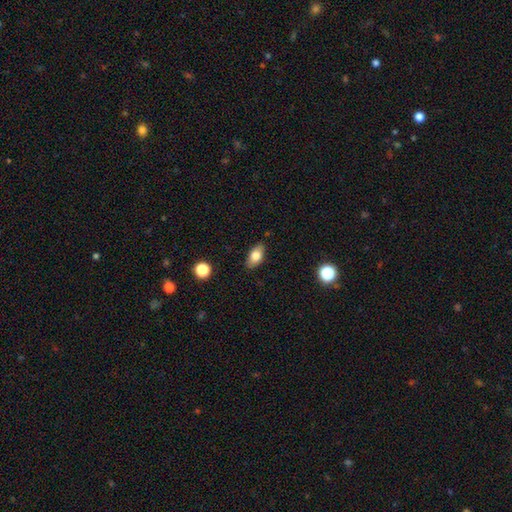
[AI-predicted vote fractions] A smooth galaxy with no disk features (77%) that is in between round and cigar-shaped (88%). Merging: none (83%).